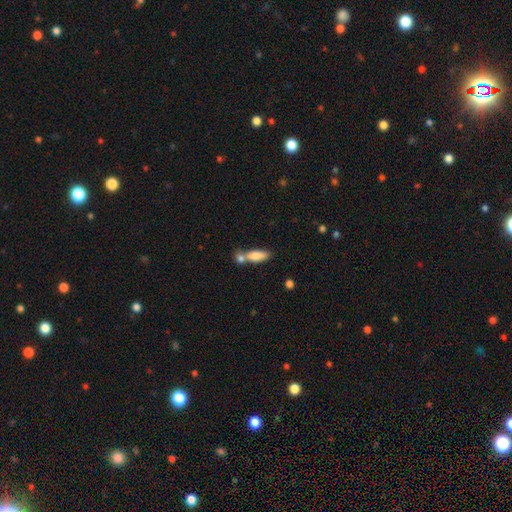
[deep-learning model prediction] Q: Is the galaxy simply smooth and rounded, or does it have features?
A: smooth — 78%.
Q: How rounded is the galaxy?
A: in between — 64%.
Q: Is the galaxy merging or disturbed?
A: merger — 44%.